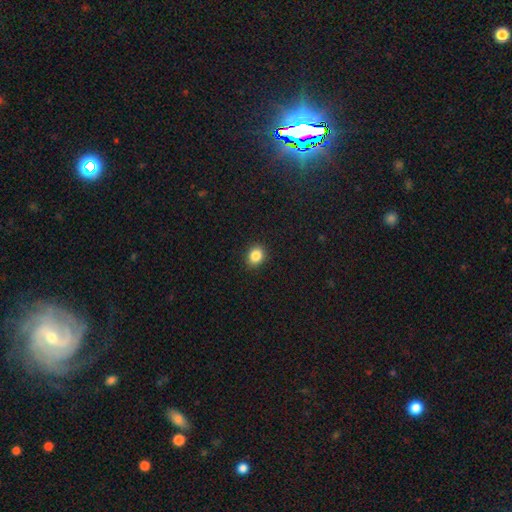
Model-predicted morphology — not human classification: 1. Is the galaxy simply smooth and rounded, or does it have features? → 86% smooth, 10% star or artifact, 4% featured or disk.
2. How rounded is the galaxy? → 55% round, 45% in between, 1% cigar-shaped.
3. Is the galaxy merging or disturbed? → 90% none, 7% minor disturbance, 2% major disturbance, 1% merger.